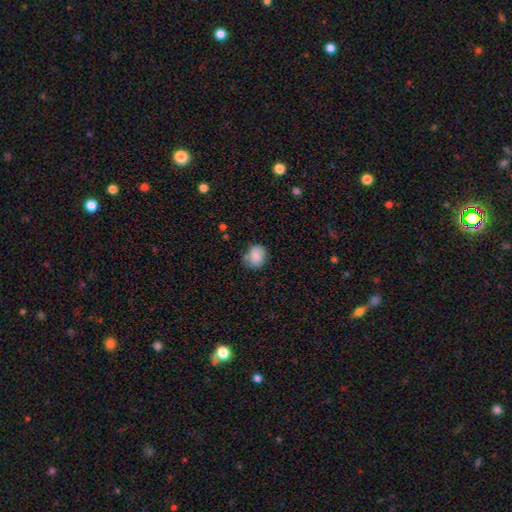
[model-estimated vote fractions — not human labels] smooth_or_featured: smooth (p=0.85) [alt: featured or disk p=0.08]
how_rounded: round (p=0.58) [alt: in between p=0.42]
merging: none (p=0.70) [alt: minor disturbance p=0.22]